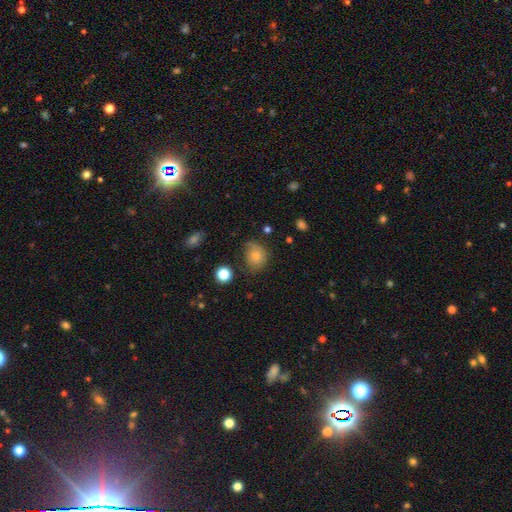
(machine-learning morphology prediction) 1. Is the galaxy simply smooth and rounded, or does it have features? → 70% smooth, 16% featured or disk, 14% star or artifact.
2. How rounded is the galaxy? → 66% round, 33% in between, 1% cigar-shaped.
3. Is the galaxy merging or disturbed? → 63% none, 26% minor disturbance, 8% major disturbance, 2% merger.